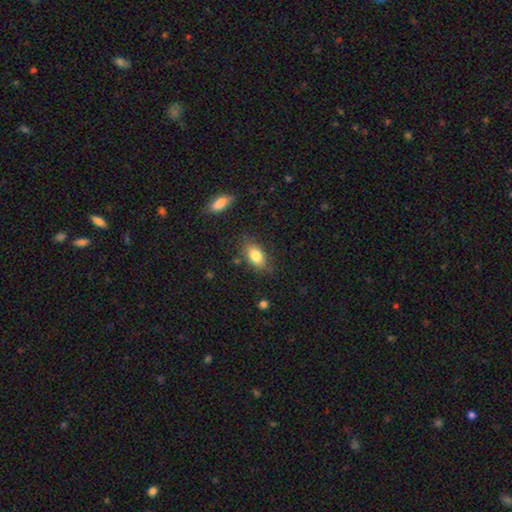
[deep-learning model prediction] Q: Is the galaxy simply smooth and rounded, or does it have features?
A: smooth — 82%.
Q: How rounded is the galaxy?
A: in between — 87%.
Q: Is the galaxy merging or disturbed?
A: none — 80%.